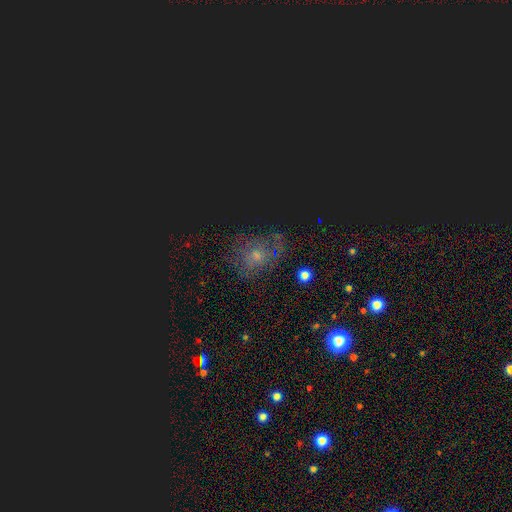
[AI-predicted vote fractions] star or artifact 39%, smooth 38%, featured or disk 24%.